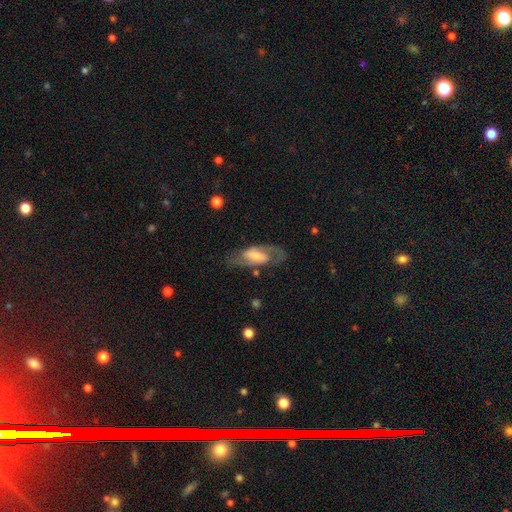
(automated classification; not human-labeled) Smooth or featured: featured or disk — 73% (smooth — 21%)
Edge-on disk: no — 91% (yes — 9%)
Bar: weak — 41% (strong — 37%)
Spiral arms: yes — 85% (no — 15%)
Spiral winding: medium — 51% (loose — 25%)
Spiral arm count: 2 — 83% (can't tell — 8%)
Bulge size: small — 37% (moderate — 35%)
Merging: none — 69% (minor disturbance — 17%)